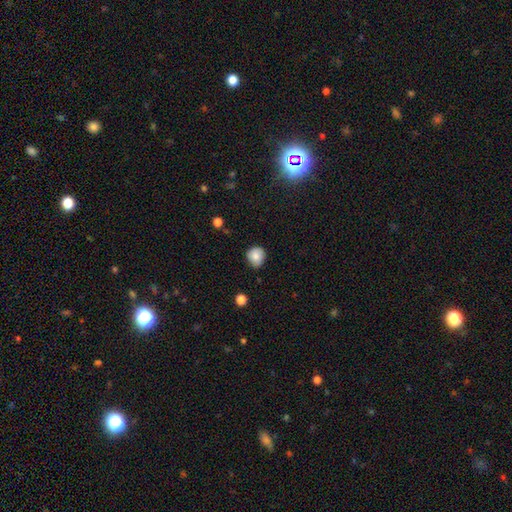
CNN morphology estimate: A smooth galaxy with no disk features (82%) that is round (82%). Merging: none (75%).